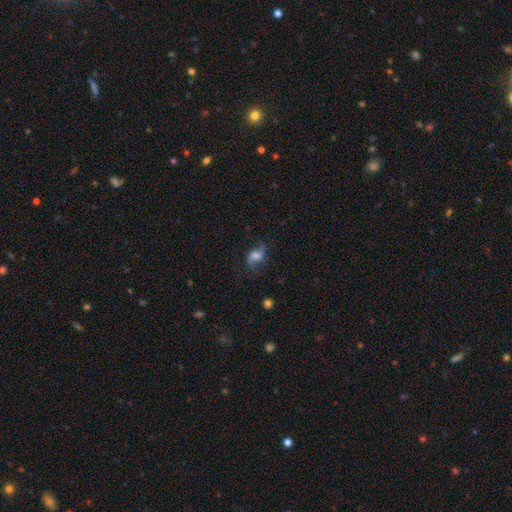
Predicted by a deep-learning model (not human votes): The model was most divided on "bar": no: 49%, weak: 38%, strong: 13%. Remaining: edge-on disk — no (96%); spiral arms — yes (90%); spiral arm count — 2 (87%); spiral winding — loose (72%); merging — none (66%); smooth or featured — featured or disk (59%); bulge size — moderate (43%).